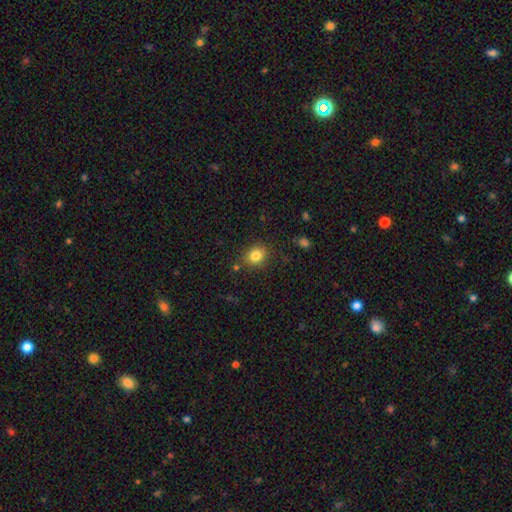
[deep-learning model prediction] This appears to be a smooth galaxy with no disk features (83%) that is round (57%). Merging: none (84%).